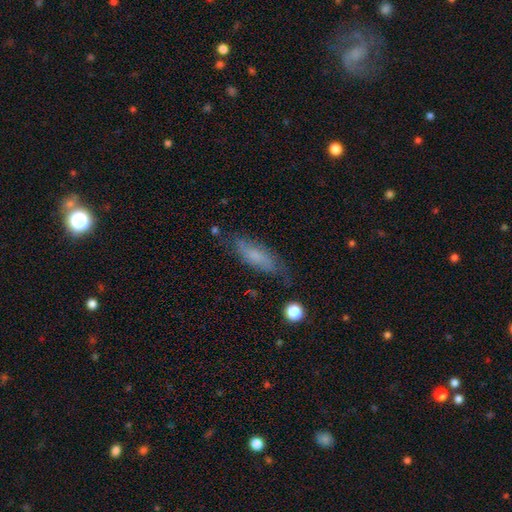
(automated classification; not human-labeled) Smooth or featured? Predicted: smooth (p=0.55). How rounded? Predicted: in between (p=0.50). Merging? Predicted: none (p=0.67).